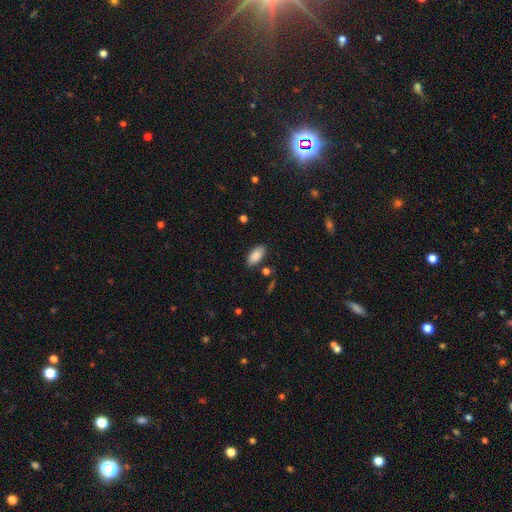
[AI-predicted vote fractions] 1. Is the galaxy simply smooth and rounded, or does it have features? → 88% smooth, 7% star or artifact, 5% featured or disk.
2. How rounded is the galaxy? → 93% in between, 5% cigar-shaped, 2% round.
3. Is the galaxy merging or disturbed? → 84% none, 11% minor disturbance, 3% merger, 3% major disturbance.